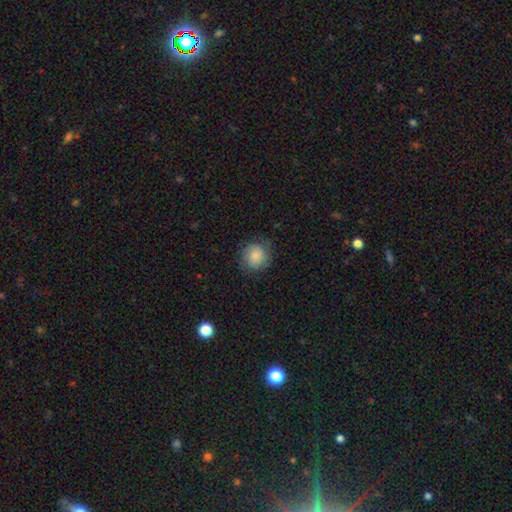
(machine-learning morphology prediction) The model was most divided on "merging": none: 73%, minor disturbance: 19%, major disturbance: 7%, merger: 1%. More confident: how rounded — round (84%); smooth or featured — smooth (77%).